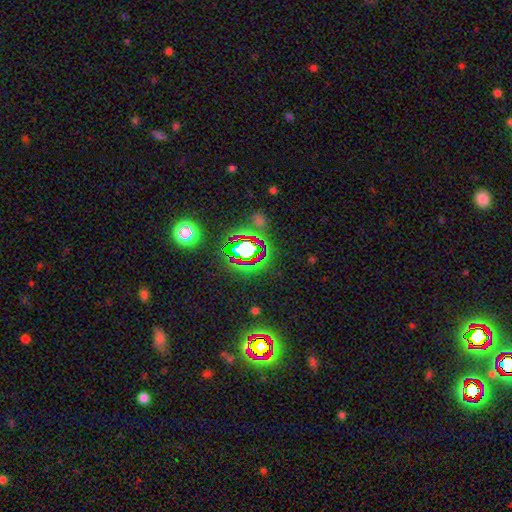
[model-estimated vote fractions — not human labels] Smooth or featured?
  - star or artifact: 72% *
  - smooth: 16%
  - featured or disk: 12%